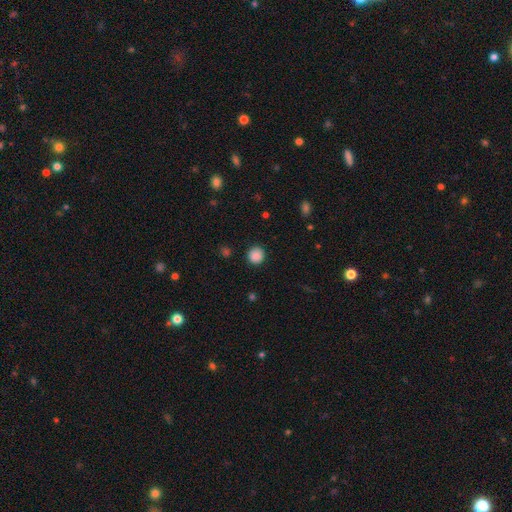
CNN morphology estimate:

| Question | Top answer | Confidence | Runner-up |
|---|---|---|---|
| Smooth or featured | smooth | 88% | star or artifact (9%) |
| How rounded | round | 92% | in between (7%) |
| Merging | none | 90% | minor disturbance (6%) |